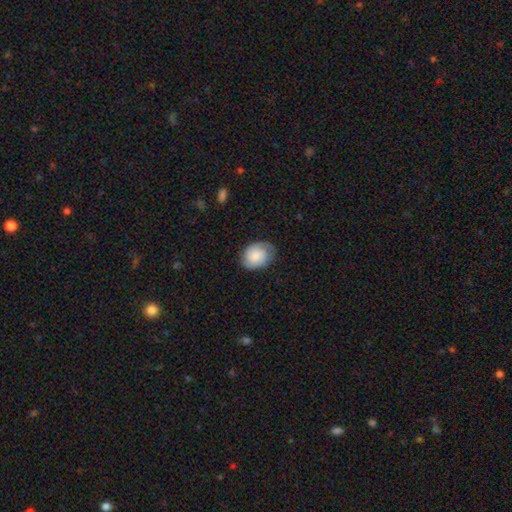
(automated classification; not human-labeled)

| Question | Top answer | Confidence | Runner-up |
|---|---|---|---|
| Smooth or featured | smooth | 56% | featured or disk (36%) |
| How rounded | in between | 62% | round (37%) |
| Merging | none | 72% | minor disturbance (20%) |